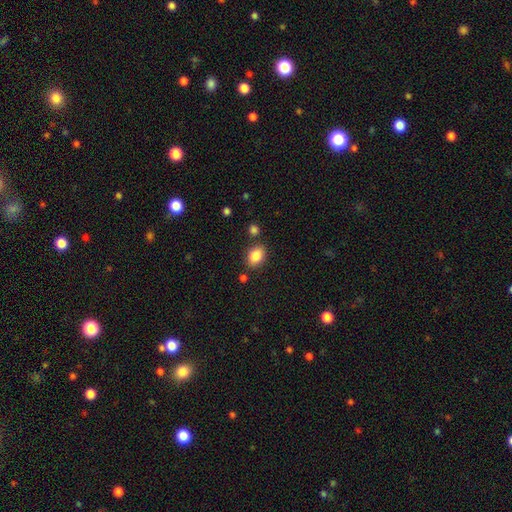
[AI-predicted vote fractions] Morphology: type=smooth (86%); roundness=in between (76%); merging=none (80%).